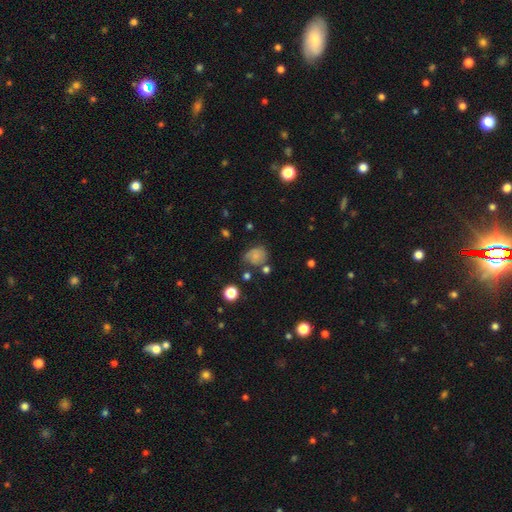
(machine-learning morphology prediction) smooth_or_featured: smooth (p=0.64) [alt: featured or disk p=0.22]
how_rounded: round (p=0.62) [alt: in between p=0.37]
merging: none (p=0.51) [alt: minor disturbance p=0.29]